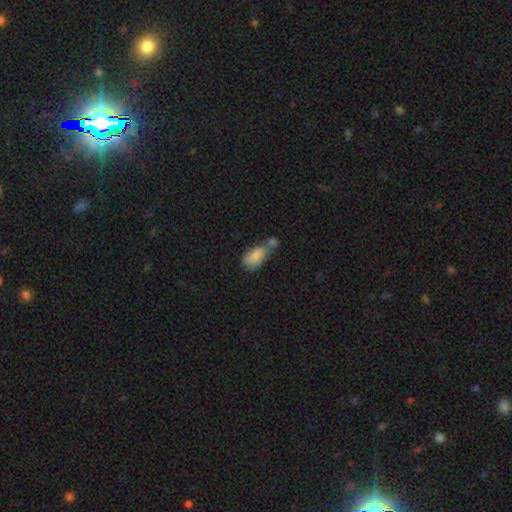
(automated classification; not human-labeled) Morphology: type=smooth (78%); roundness=in between (87%); merging=merger (45%).